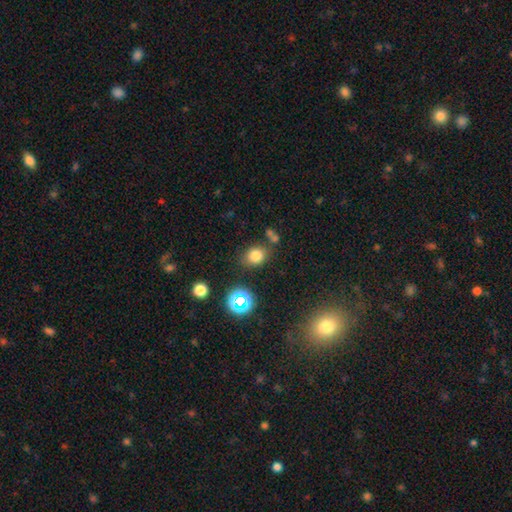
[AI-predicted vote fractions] Smooth or featured? smooth (76%)
How rounded? round (51%)
Merging? none (72%)